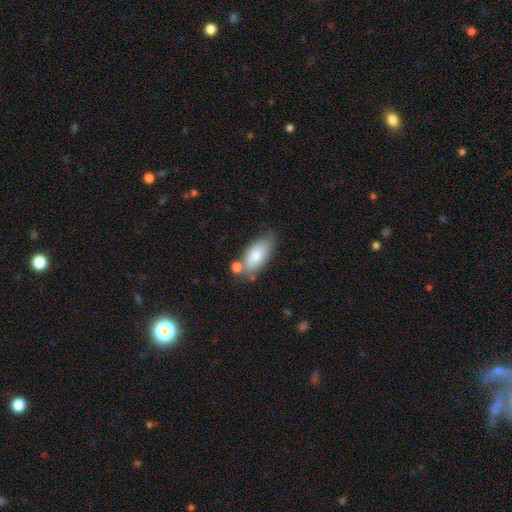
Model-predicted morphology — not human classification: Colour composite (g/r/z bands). It shows a smooth galaxy with no disk features (77%) that is in between round and cigar-shaped (88%). Merging: none (62%).